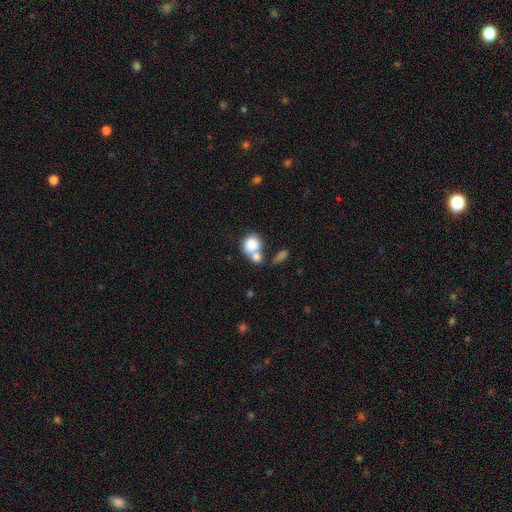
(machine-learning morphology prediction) Smooth or featured: smooth — 81% (featured or disk — 11%)
How rounded: round — 68% (in between — 30%)
Merging: merger — 54% (none — 31%)